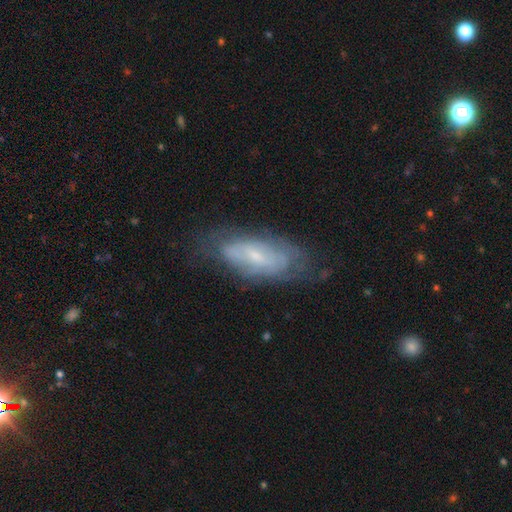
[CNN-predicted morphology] smooth_or_featured: featured or disk (p=0.60) [alt: smooth p=0.32]
disk_edge_on: no (p=0.85) [alt: yes p=0.15]
bar: no (p=0.52) [alt: weak p=0.37]
has_spiral_arms: yes (p=0.62) [alt: no p=0.38]
bulge_size: small (p=0.68) [alt: moderate p=0.24]
merging: none (p=0.65) [alt: minor disturbance p=0.24]